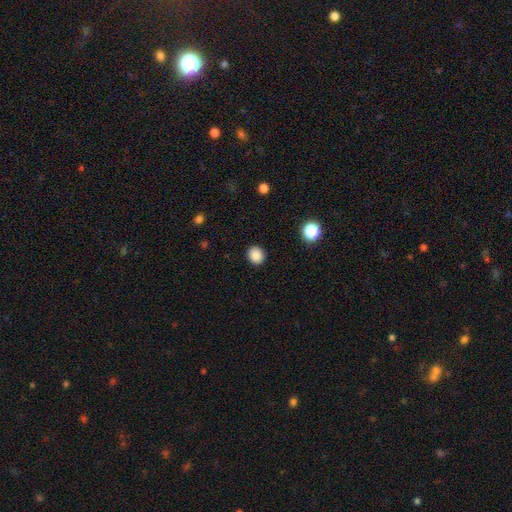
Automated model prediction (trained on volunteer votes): Morphology: type=smooth (86%); roundness=round (79%); merging=none (91%).